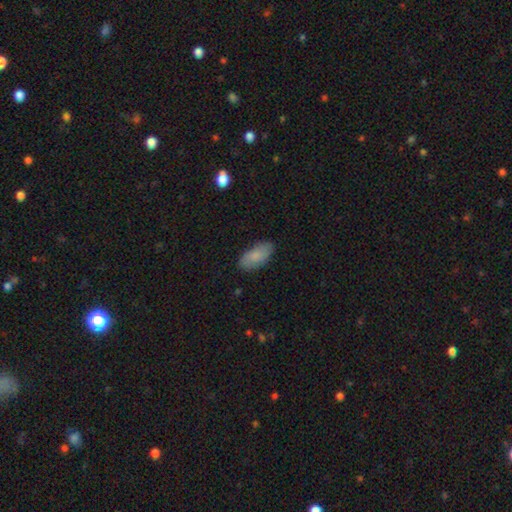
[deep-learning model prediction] This is clearly a smooth galaxy (83%). How rounded: clearly in between (91%). Merging: clearly none (84%).